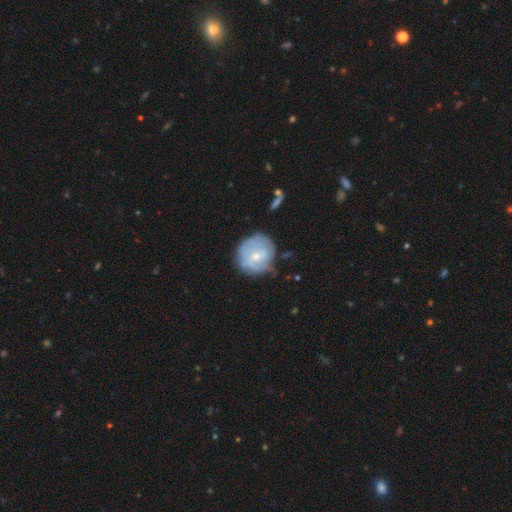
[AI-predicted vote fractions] This is likely a featured or disk galaxy (67%). It is clearly not viewed edge-on (98%). Bar: likely no (62%). Spiral arm pattern: clearly yes (84%). Spiral arm count: possibly can't tell (47%). Spiral winding: likely tight (60%). Central bulge: possibly small (59%). Merging: likely none (65%).